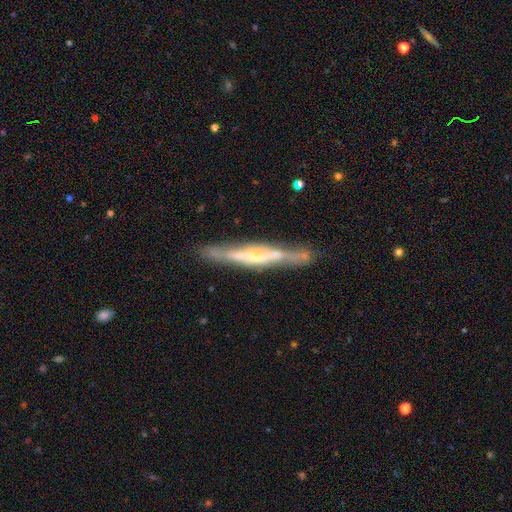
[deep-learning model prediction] The model was most divided on "edge-on bulge": rounded: 61%, none: 26%, boxy: 13%. More confident: edge-on disk — yes (90%); merging — none (81%); smooth or featured — featured or disk (78%).